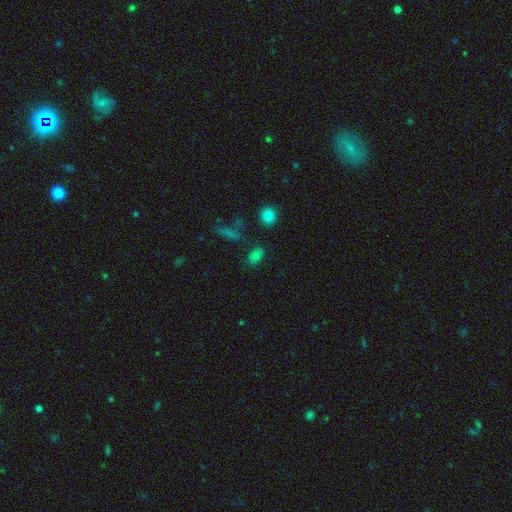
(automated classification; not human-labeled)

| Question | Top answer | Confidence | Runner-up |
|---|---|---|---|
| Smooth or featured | smooth | 74% | star or artifact (14%) |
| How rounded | in between | 78% | round (20%) |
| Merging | none | 75% | minor disturbance (15%) |